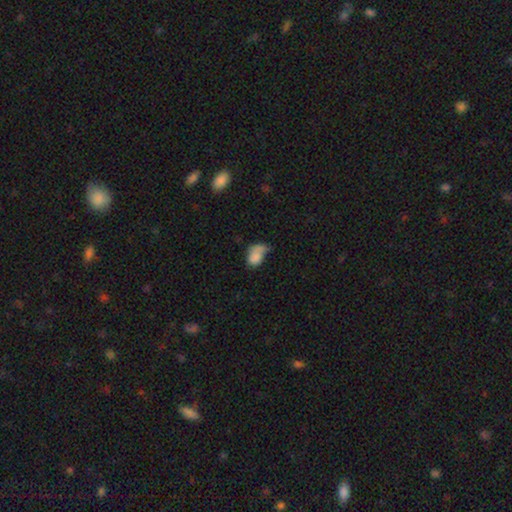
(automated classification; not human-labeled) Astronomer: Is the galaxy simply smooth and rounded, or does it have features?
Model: smooth — 76%.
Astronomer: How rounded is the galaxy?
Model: in between — 77%.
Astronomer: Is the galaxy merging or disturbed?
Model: major disturbance — 32% (runner-up: minor disturbance, 28%).